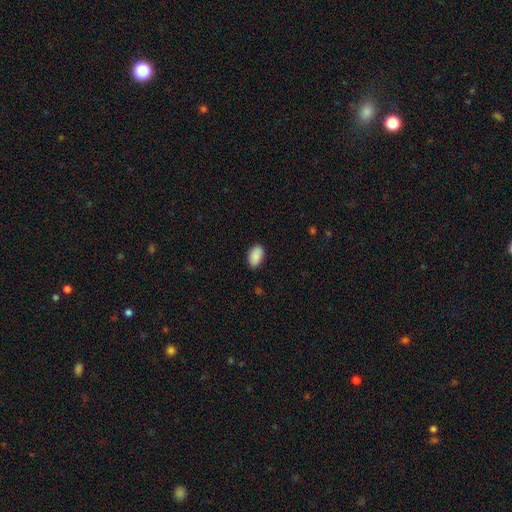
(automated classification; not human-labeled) A smooth galaxy with no disk features (89%) that is in between round and cigar-shaped (93%).

Vote fractions:
- Smooth or featured? smooth: 89% / star or artifact: 7% / featured or disk: 5%
- How rounded? in between: 93% / round: 6% / cigar-shaped: 1%
- Merging? none: 84% / minor disturbance: 13% / major disturbance: 2% / merger: 1%